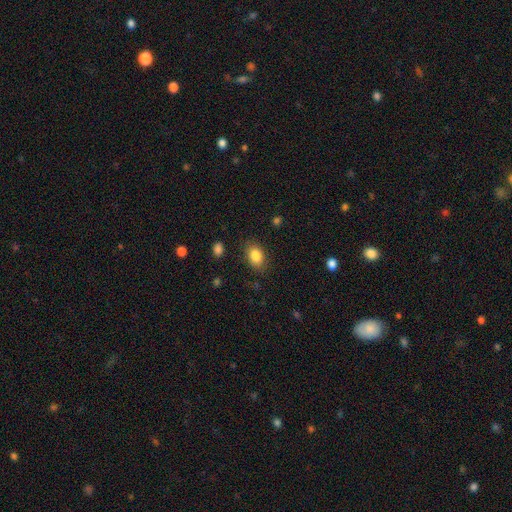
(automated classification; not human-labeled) Overall: smooth (85%). How rounded: in between (79%). Merging: none (84%).